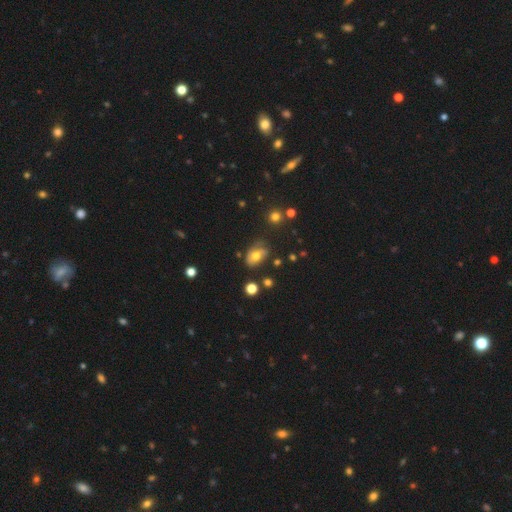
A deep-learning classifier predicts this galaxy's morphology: Smooth or featured? Predicted: smooth (p=0.61). How rounded? Predicted: in between (p=0.81). Merging? Predicted: none (p=0.54).